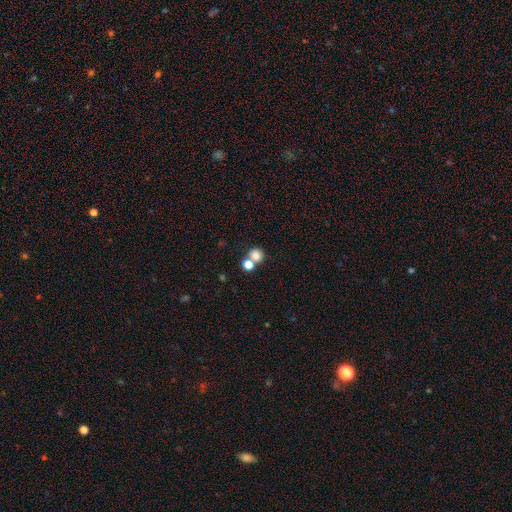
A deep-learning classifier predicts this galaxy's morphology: The model was most divided on "merging": none: 48%, merger: 41%, minor disturbance: 7%, major disturbance: 4%. More confident: smooth or featured — smooth (79%); how rounded — round (78%).